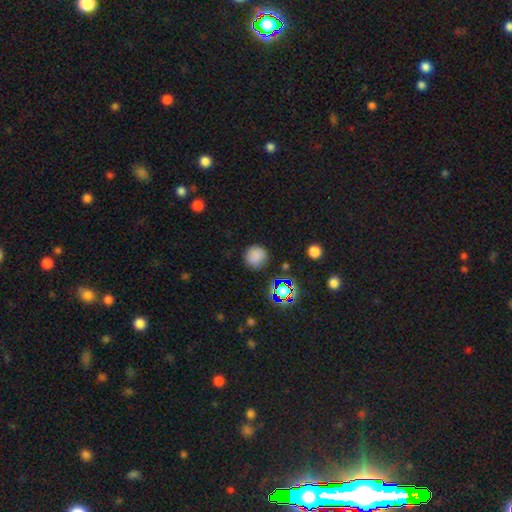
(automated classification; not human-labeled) A smooth galaxy with no disk features (77%) that is round (92%).

Vote fractions:
- Smooth or featured? smooth: 77% / star or artifact: 17% / featured or disk: 6%
- How rounded? round: 92% / in between: 7% / cigar-shaped: 1%
- Merging? none: 85% / minor disturbance: 10% / major disturbance: 3% / merger: 2%